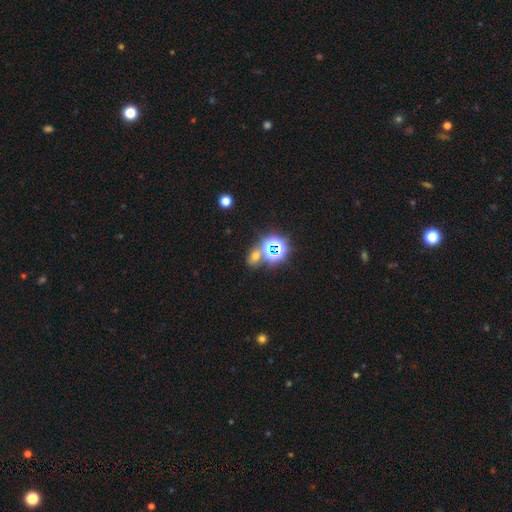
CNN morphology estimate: This is possibly a smooth galaxy (46%). Merging: likely none (62%).